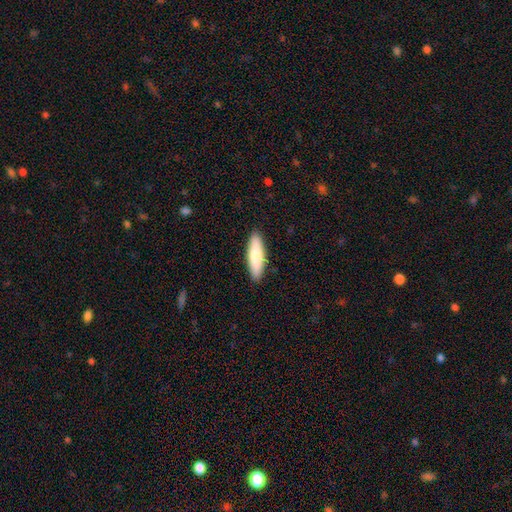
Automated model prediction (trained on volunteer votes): This appears to be a smooth galaxy with no disk features (76%) that is cigar-shaped (59%). Merging: none (90%).